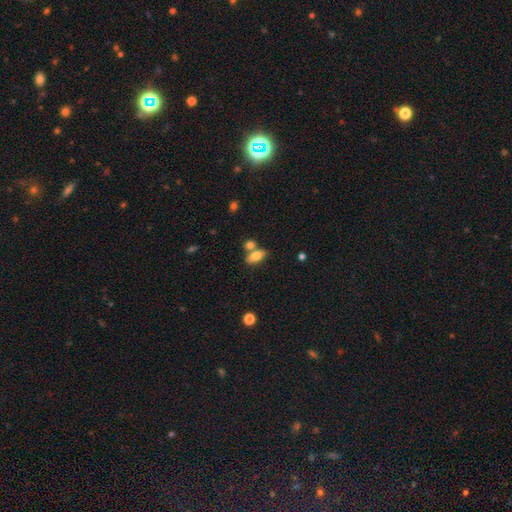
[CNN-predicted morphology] A smooth galaxy with no disk features (75%) that is in between round and cigar-shaped (82%).

Vote fractions:
- Smooth or featured? smooth: 75% / featured or disk: 17% / star or artifact: 8%
- How rounded? in between: 82% / cigar-shaped: 13% / round: 5%
- Merging? none: 59% / merger: 27% / minor disturbance: 11% / major disturbance: 4%